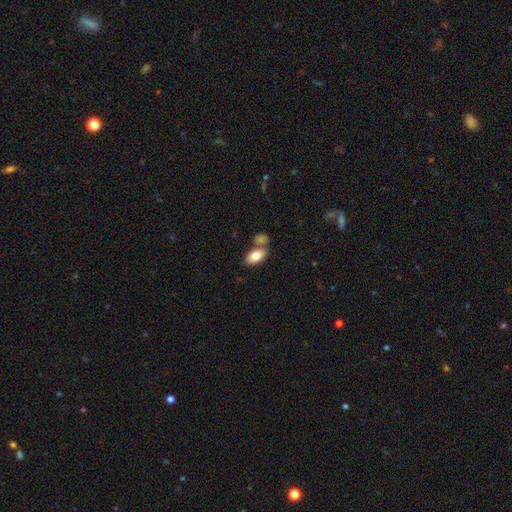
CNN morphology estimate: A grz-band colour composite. It shows a smooth galaxy with no disk features (81%) that is in between round and cigar-shaped (93%). Merging: none (59%).